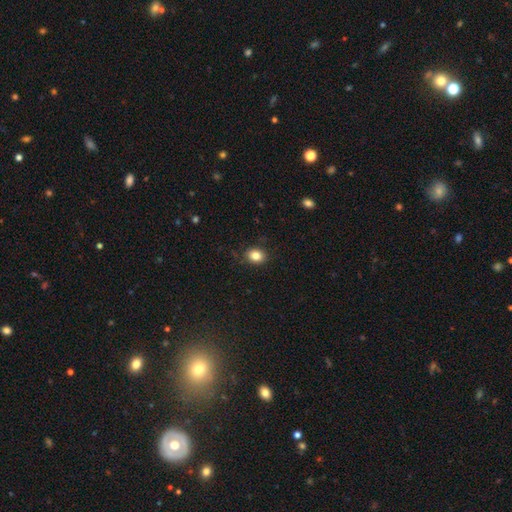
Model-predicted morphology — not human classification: smooth-or-featured: smooth: 84% | star or artifact: 10% | featured or disk: 6%
  how-rounded: in between: 51% | round: 48% | cigar-shaped: 1%
  merging: none: 85% | minor disturbance: 11% | major disturbance: 3% | merger: 1%